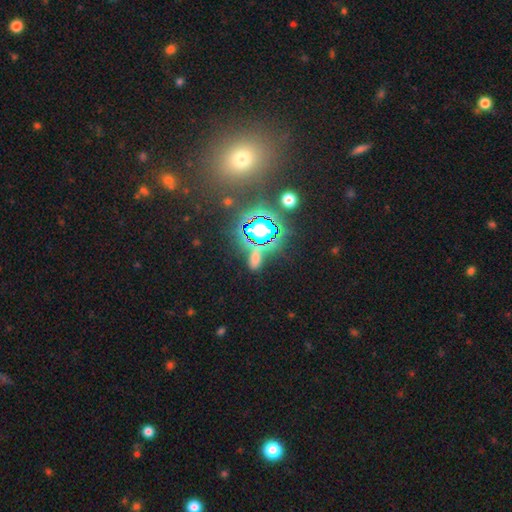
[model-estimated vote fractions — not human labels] Morphology: type=star or artifact (59%).